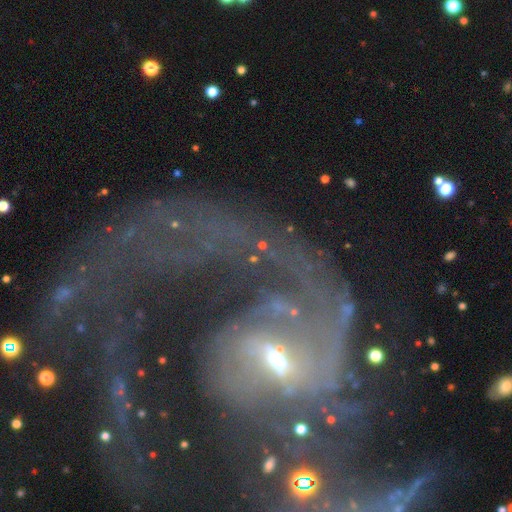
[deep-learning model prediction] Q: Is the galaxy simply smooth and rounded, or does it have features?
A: featured or disk — 77%.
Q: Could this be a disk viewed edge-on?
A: no — 96%.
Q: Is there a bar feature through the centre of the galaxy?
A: weak — 43%.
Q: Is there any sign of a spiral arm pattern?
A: yes — 83%.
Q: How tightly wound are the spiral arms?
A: loose — 50%.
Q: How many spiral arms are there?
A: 2 — 50%.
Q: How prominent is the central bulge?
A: small — 46%.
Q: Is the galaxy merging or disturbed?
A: major disturbance — 43%.